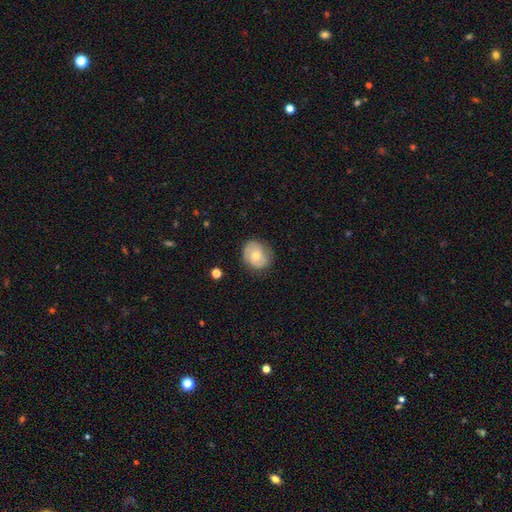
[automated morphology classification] smooth_or_featured: smooth (p=0.48) [alt: featured or disk p=0.45]
merging: none (p=0.74) [alt: minor disturbance p=0.19]